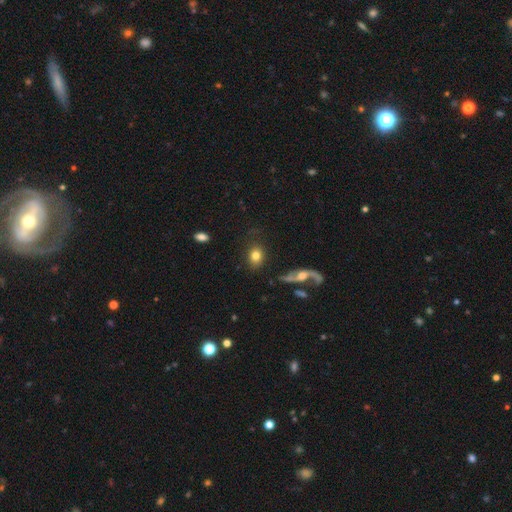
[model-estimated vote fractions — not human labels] A smooth galaxy with no disk features (77%) that is in between round and cigar-shaped (56%).

Vote fractions:
- Smooth or featured? smooth: 77% / featured or disk: 14% / star or artifact: 8%
- How rounded? in between: 56% / round: 42% / cigar-shaped: 2%
- Merging? none: 79% / minor disturbance: 12% / major disturbance: 5% / merger: 4%